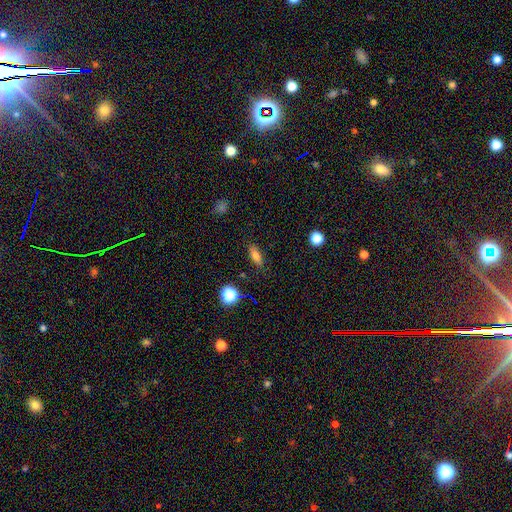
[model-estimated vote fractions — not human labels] Smooth or featured? Predicted: smooth (p=0.78). How rounded? Predicted: in between (p=0.70). Merging? Predicted: none (p=0.86).